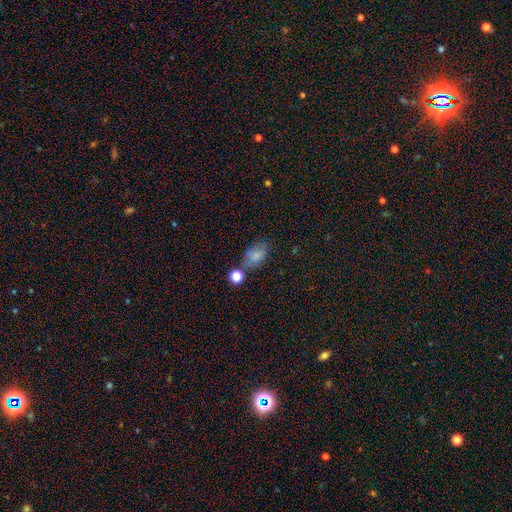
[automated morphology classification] smooth_or_featured: smooth (p=0.78) [alt: featured or disk p=0.11]
how_rounded: in between (p=0.85) [alt: round p=0.13]
merging: none (p=0.54) [alt: minor disturbance p=0.23]